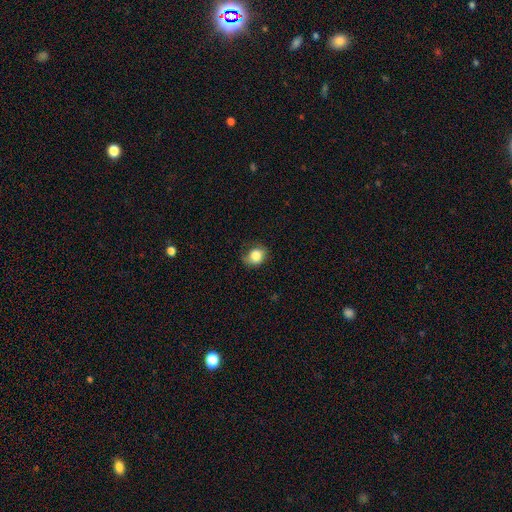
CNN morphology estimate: smooth_or_featured: smooth (p=0.81) [alt: featured or disk p=0.10]
how_rounded: round (p=0.62) [alt: in between p=0.37]
merging: none (p=0.61) [alt: minor disturbance p=0.28]